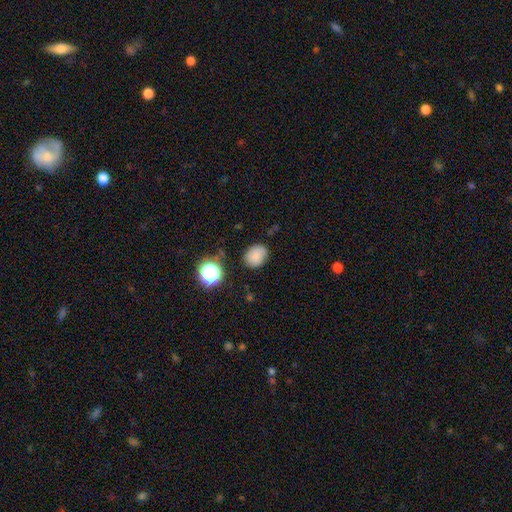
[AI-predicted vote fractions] Q: Smooth or featured?
A: smooth (81%); runner-up: star or artifact (12%)
Q: How rounded?
A: round (52%); runner-up: in between (47%)
Q: Merging?
A: none (78%); runner-up: minor disturbance (16%)